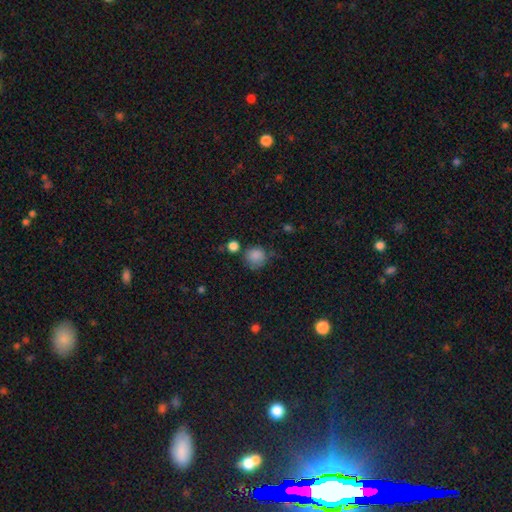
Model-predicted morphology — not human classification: This is clearly a smooth galaxy (84%). How rounded: clearly round (87%). Merging: likely none (61%).